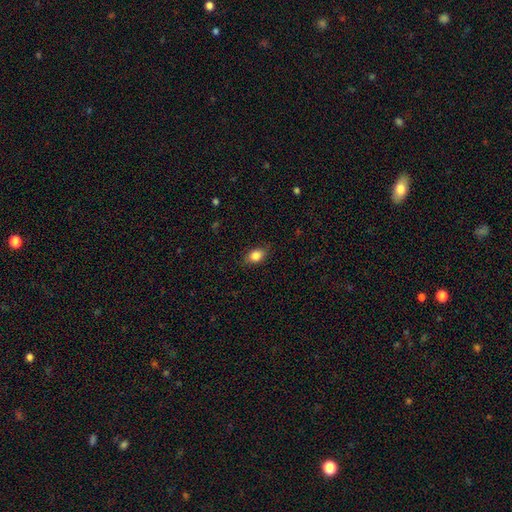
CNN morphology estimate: Smooth or featured?
  - smooth: 85% *
  - star or artifact: 8%
  - featured or disk: 7%
How rounded?
  - in between: 78% *
  - round: 19%
  - cigar-shaped: 2%
Merging?
  - none: 82% *
  - minor disturbance: 14%
  - major disturbance: 3%
  - merger: 1%